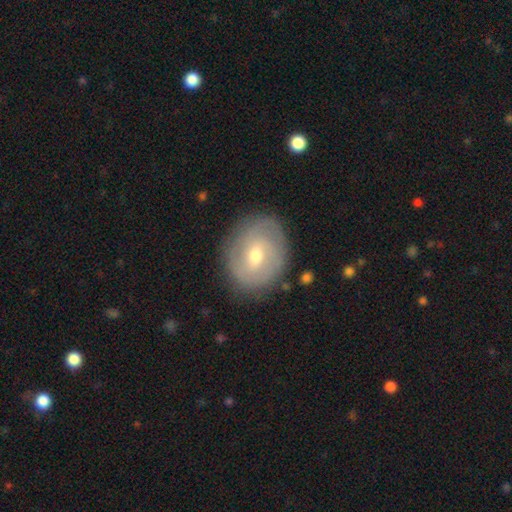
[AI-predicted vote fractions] A featured or disk galaxy (63%) with a weak bar (51%), spiral arms (74%) and a moderate central bulge (67%). Merging: none (80%).